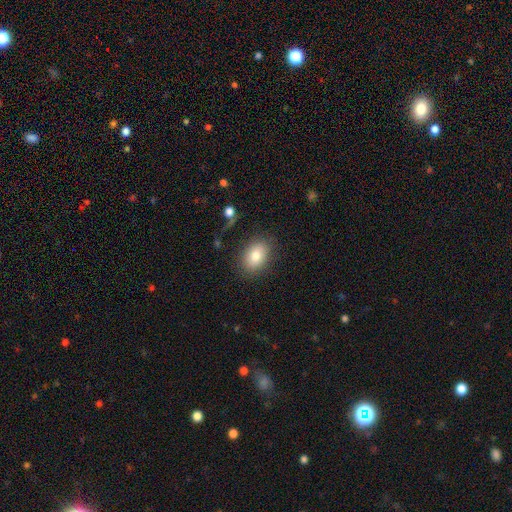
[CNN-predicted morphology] Smooth or featured?
  - smooth: 80% *
  - featured or disk: 12%
  - star or artifact: 9%
How rounded?
  - in between: 79% *
  - round: 20%
  - cigar-shaped: 1%
Merging?
  - none: 83% *
  - minor disturbance: 11%
  - major disturbance: 4%
  - merger: 2%